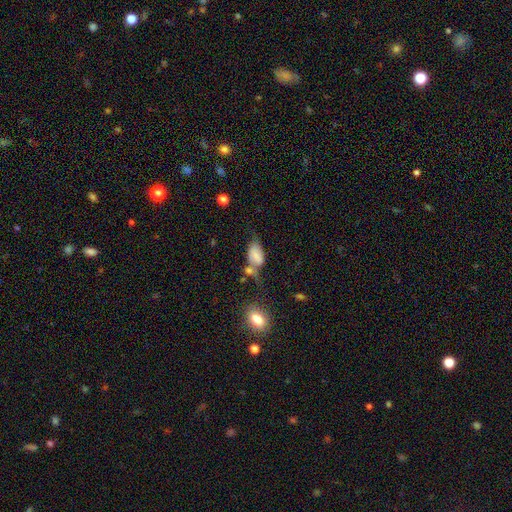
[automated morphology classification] A smooth galaxy with no disk features (66%) that is in between round and cigar-shaped (89%).

Vote fractions:
- Smooth or featured? smooth: 66% / featured or disk: 24% / star or artifact: 10%
- How rounded? in between: 89% / round: 8% / cigar-shaped: 3%
- Merging? merger: 30% / none: 26% / minor disturbance: 23% / major disturbance: 21%